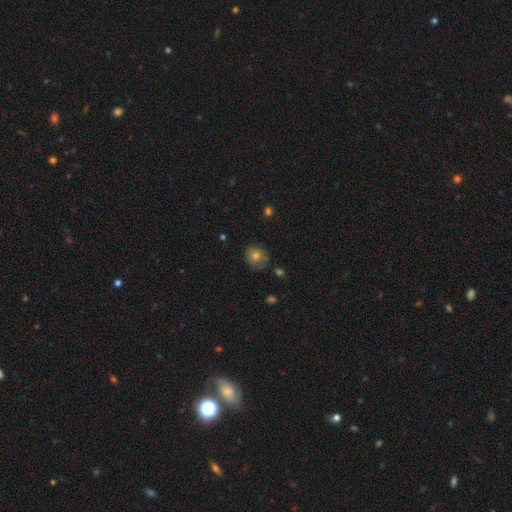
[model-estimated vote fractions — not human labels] smooth 72%, featured or disk 17%, star or artifact 11%. Down the decision tree: how rounded — round (78%); merging — none (71%).